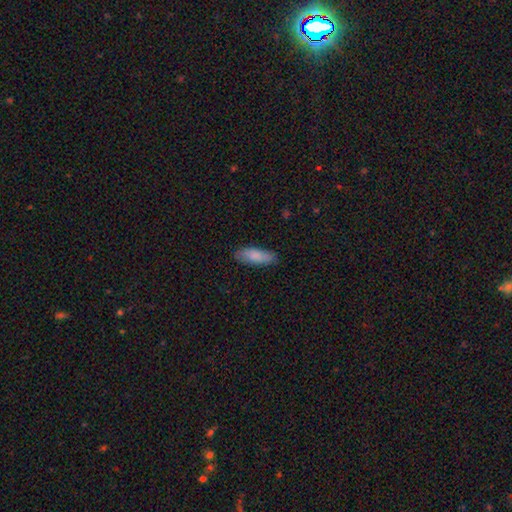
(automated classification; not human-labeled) Smooth or featured? smooth (84%)
How rounded? in between (61%)
Merging? none (84%)